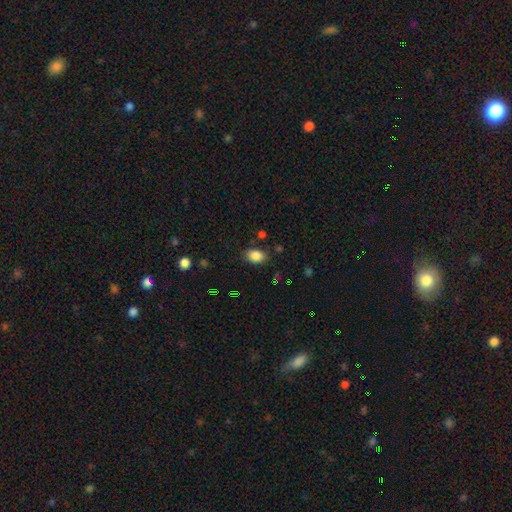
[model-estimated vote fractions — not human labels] A smooth galaxy with no disk features (83%) that is in between round and cigar-shaped (76%). Merging: none (81%).